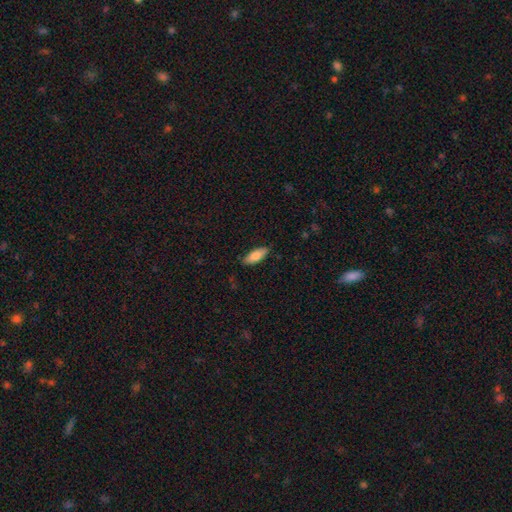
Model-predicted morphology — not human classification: The model was most divided on "how rounded": in between: 77%, cigar-shaped: 21%, round: 2%. More confident: smooth or featured — smooth (85%); merging — none (84%).